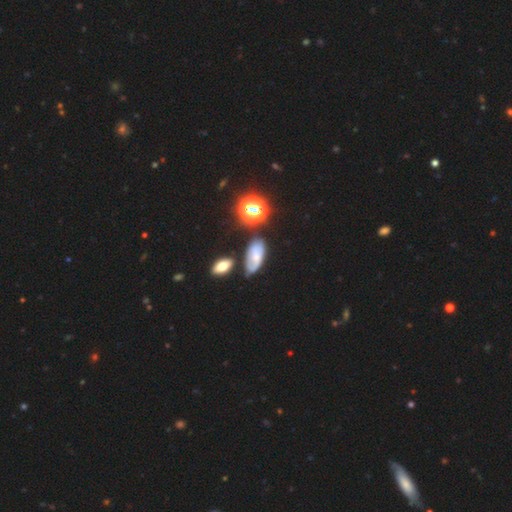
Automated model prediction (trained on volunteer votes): A smooth galaxy with no disk features (48%).

Vote fractions:
- Smooth or featured? smooth: 48% / featured or disk: 37% / star or artifact: 15%
- Merging? none: 60% / minor disturbance: 23% / merger: 8% / major disturbance: 8%